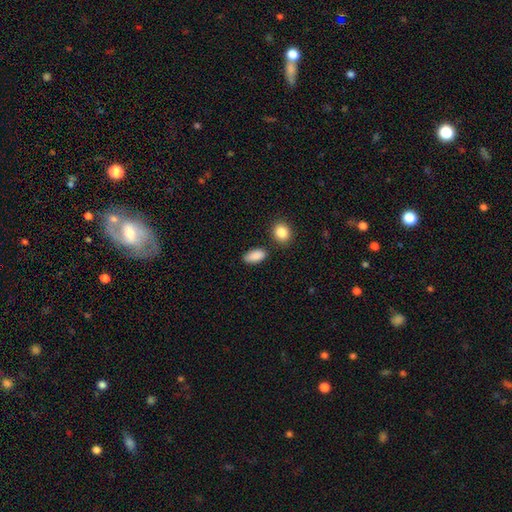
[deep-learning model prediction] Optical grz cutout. It shows a smooth galaxy with no disk features (89%) that is in between round and cigar-shaped (90%). Merging: none (80%).